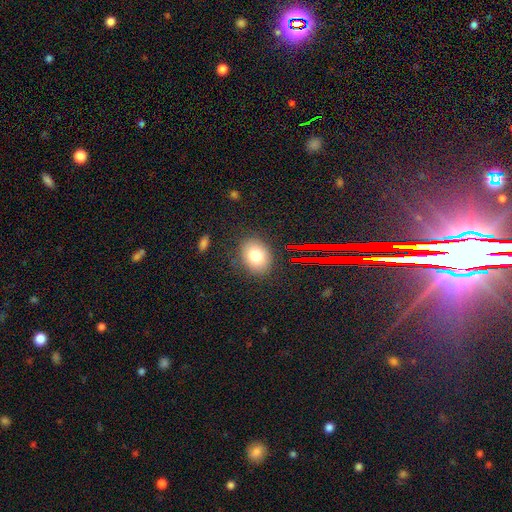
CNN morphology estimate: type=smooth (77%); roundness=in between (64%); merging=none (83%).